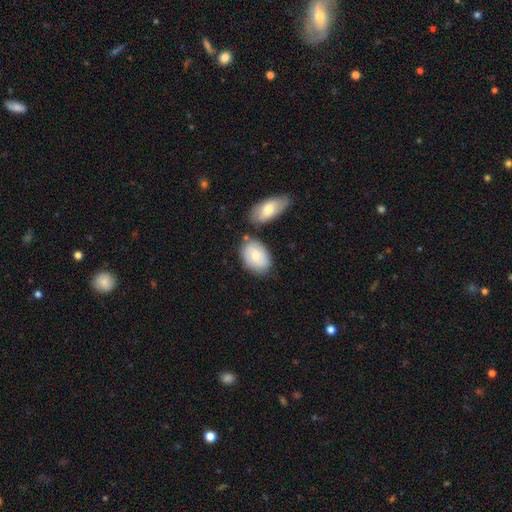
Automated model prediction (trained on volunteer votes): Smooth or featured?
  - smooth: 69% *
  - featured or disk: 25%
  - star or artifact: 6%
How rounded?
  - in between: 85% *
  - round: 13%
  - cigar-shaped: 1%
Merging?
  - none: 64% *
  - minor disturbance: 17%
  - merger: 15%
  - major disturbance: 4%